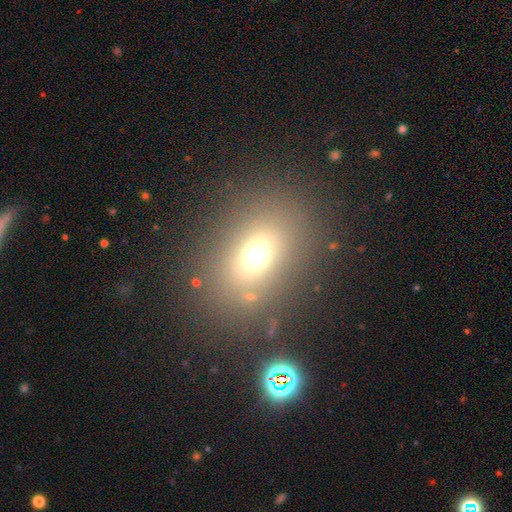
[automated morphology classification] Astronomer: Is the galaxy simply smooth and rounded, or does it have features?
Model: smooth — 67%.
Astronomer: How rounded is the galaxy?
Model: in between — 60% (runner-up: round, 38%).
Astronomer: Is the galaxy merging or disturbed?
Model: none — 79%.